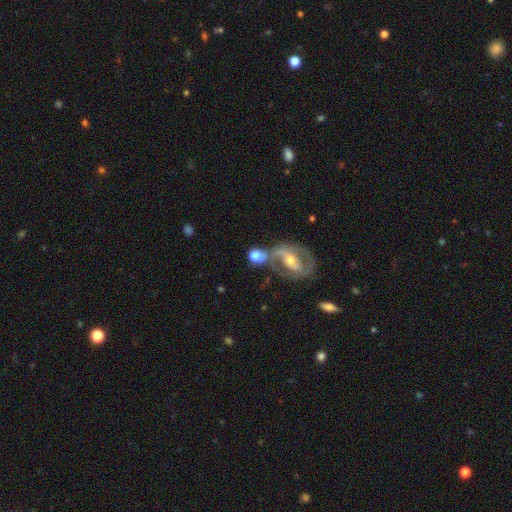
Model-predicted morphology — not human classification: type=smooth (52%); roundness=round (64%); merging=merger (43%).